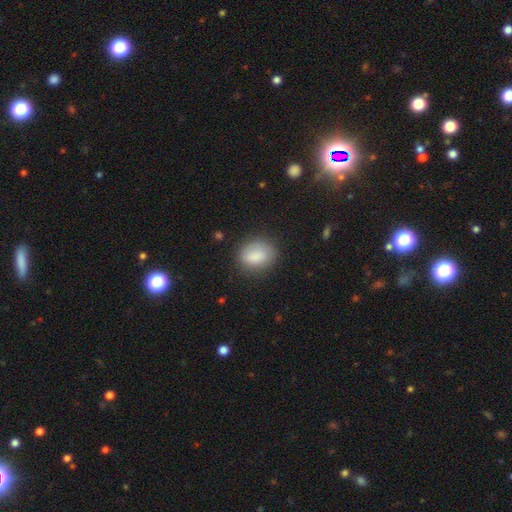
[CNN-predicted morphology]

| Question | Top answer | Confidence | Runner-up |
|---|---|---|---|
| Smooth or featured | smooth | 83% | featured or disk (9%) |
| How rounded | in between | 55% | round (43%) |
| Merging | none | 75% | minor disturbance (17%) |